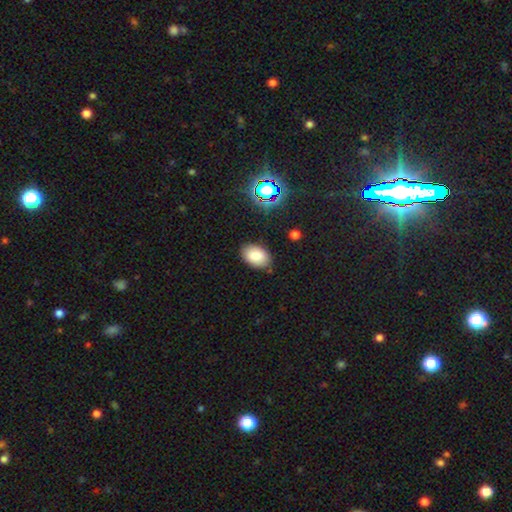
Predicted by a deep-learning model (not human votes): Overall: smooth (82%). How rounded: in between (89%). Merging: none (85%).